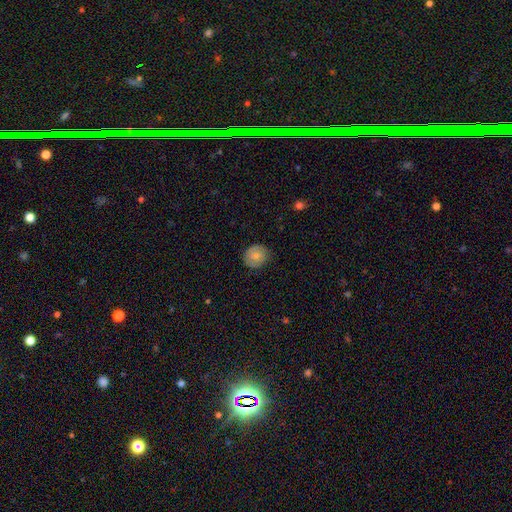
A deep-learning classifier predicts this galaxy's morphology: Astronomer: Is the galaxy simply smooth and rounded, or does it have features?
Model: smooth — 71%.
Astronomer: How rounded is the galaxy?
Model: round — 80%.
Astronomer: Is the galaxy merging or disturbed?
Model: none — 80%.